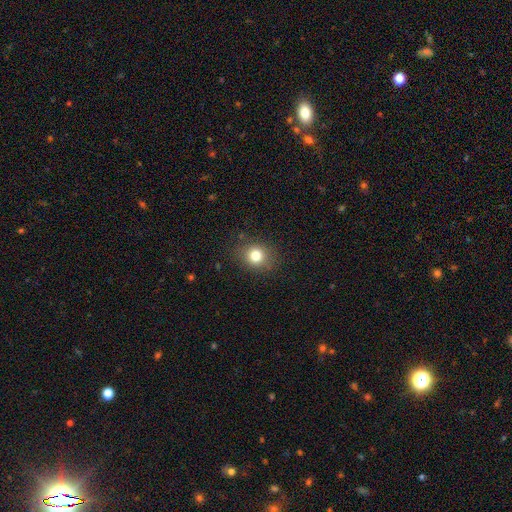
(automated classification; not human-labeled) A smooth galaxy with no disk features (80%) that is round (70%).

Vote fractions:
- Smooth or featured? smooth: 80% / star or artifact: 12% / featured or disk: 8%
- How rounded? round: 70% / in between: 29% / cigar-shaped: 1%
- Merging? none: 85% / minor disturbance: 11% / major disturbance: 4% / merger: 1%